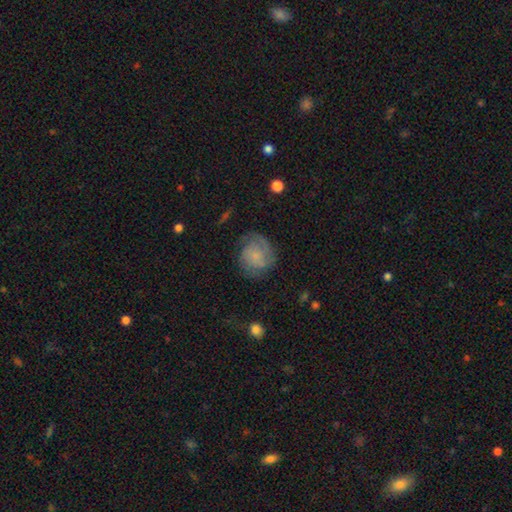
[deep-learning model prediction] Smooth or featured?
  - featured or disk: 51% *
  - smooth: 41%
  - star or artifact: 9%
Edge-on disk?
  - no: 98% *
  - yes: 2%
Merging?
  - none: 65% *
  - minor disturbance: 20%
  - major disturbance: 13%
  - merger: 2%